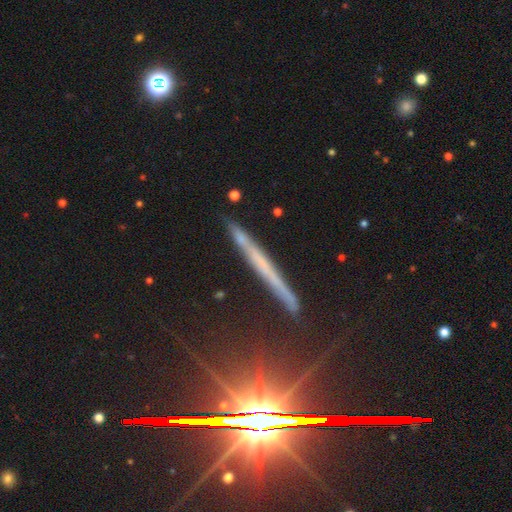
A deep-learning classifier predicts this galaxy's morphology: This is possibly a featured or disk galaxy (53%). It is clearly viewed edge-on (95%). Edge-on bulge: clearly none (84%). Merging: clearly none (83%).